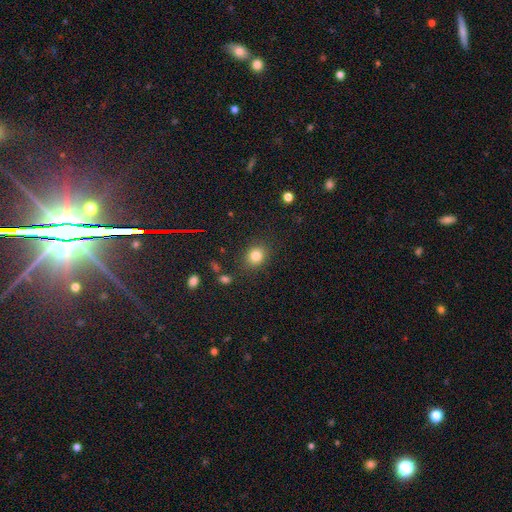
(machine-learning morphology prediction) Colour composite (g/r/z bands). It shows a smooth galaxy with no disk features (82%) that is round (68%). Merging: none (83%).